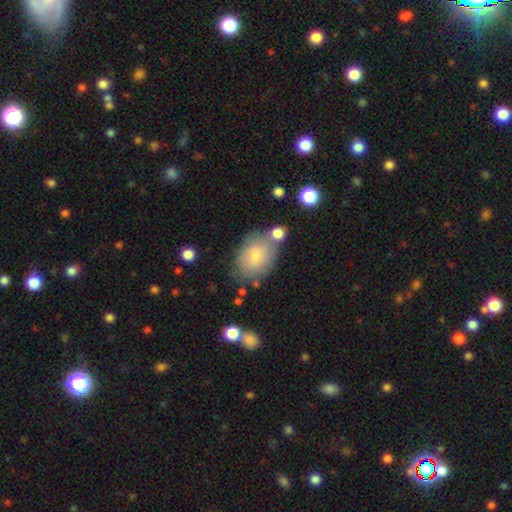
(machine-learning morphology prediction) Smooth or featured: smooth — 71% (featured or disk — 21%)
How rounded: in between — 79% (round — 20%)
Merging: none — 58% (minor disturbance — 22%)